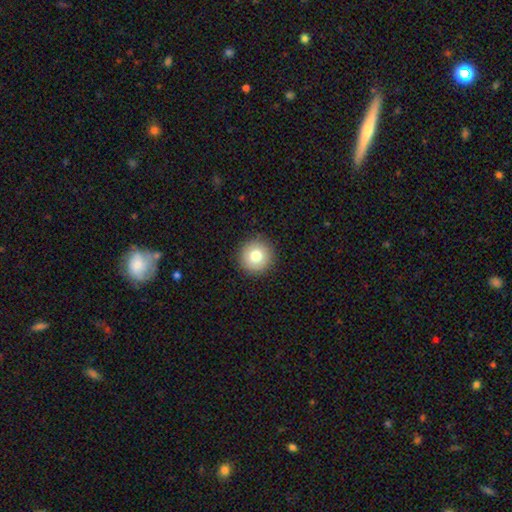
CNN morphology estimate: Overall: smooth (79%). How rounded: round (95%). Merging: none (92%).